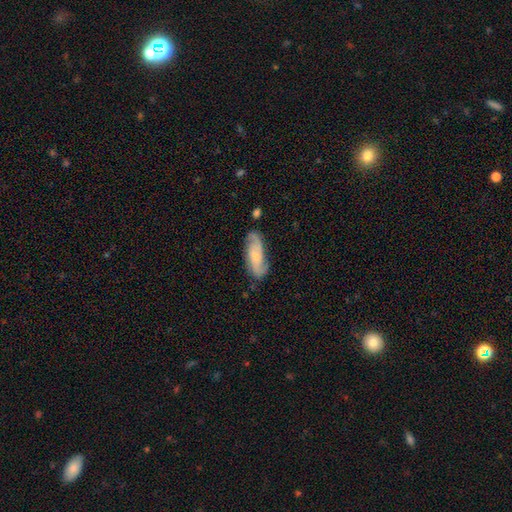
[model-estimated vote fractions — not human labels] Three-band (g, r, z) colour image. It shows a featured or disk galaxy (66%) with no bar (60%), 2 (73%) medium (45%) spiral arms (94%) and a small central bulge (49%). Merging: none (75%).